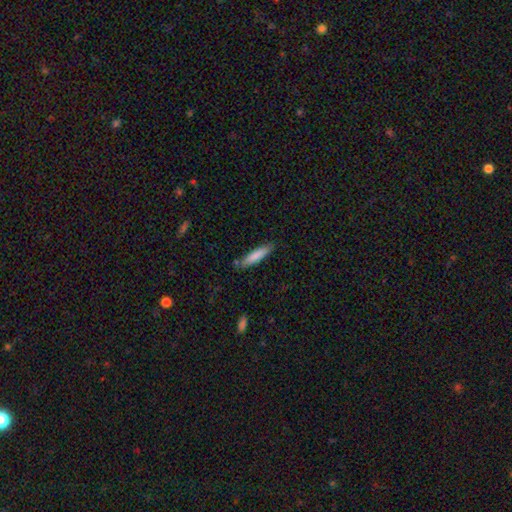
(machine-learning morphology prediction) Overall: smooth (80%). How rounded: cigar-shaped (82%). Merging: none (82%).